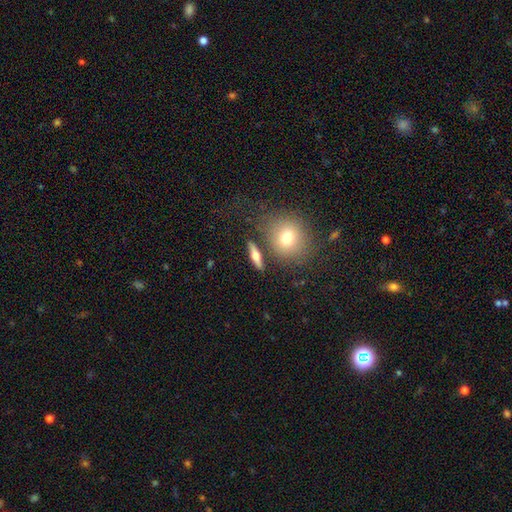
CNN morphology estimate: smooth 45% (tied), featured or disk 45% (tied), star or artifact 9%. Down the decision tree: merging — none (81%).